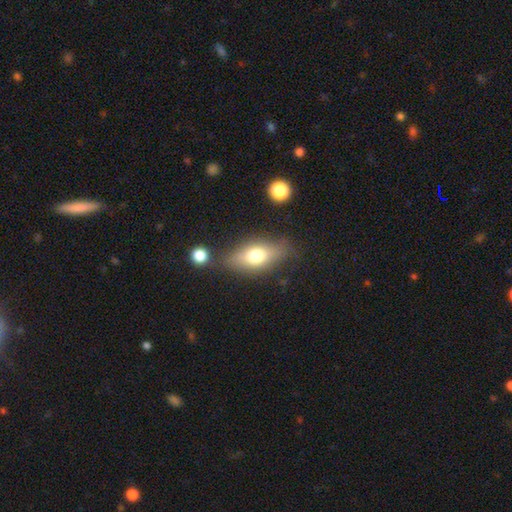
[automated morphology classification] Q: Smooth or featured?
A: smooth (69%); runner-up: featured or disk (23%)
Q: How rounded?
A: in between (79%); runner-up: cigar-shaped (12%)
Q: Merging?
A: none (72%); runner-up: minor disturbance (17%)